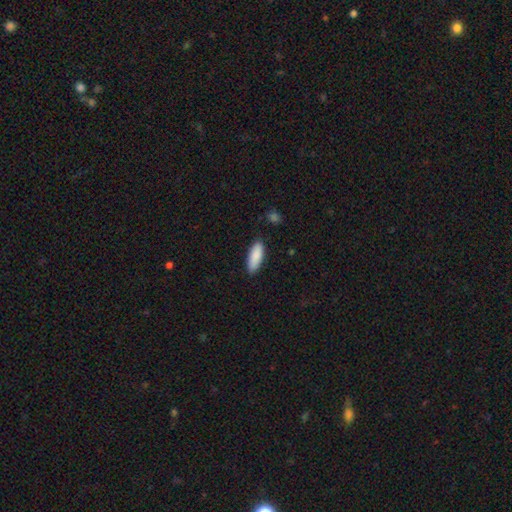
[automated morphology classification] A smooth galaxy with no disk features (88%) that is in between round and cigar-shaped (69%). Merging: none (86%).